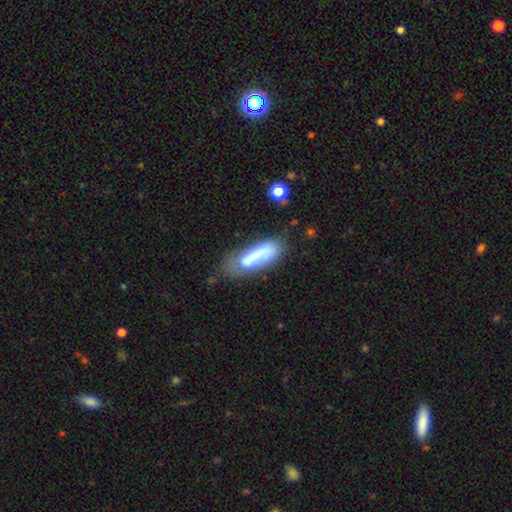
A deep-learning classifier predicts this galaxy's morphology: The model was most divided on "how rounded": cigar-shaped: 52%, in between: 46%, round: 2%. Remaining: smooth or featured — smooth (69%); merging — none (48%).